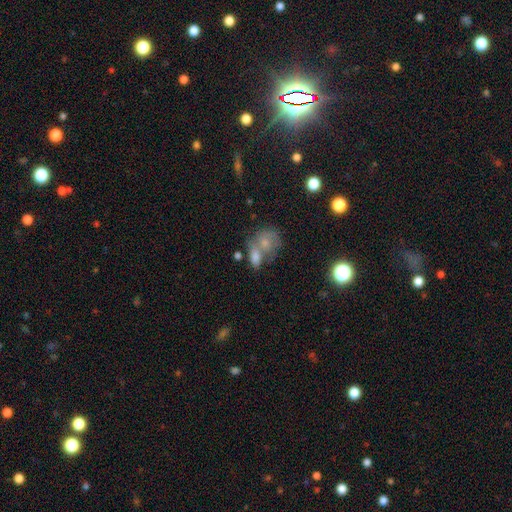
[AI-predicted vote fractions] This appears to be a smooth galaxy with no disk features (61%) that is in between round and cigar-shaped (60%). Merging: merger (47%).